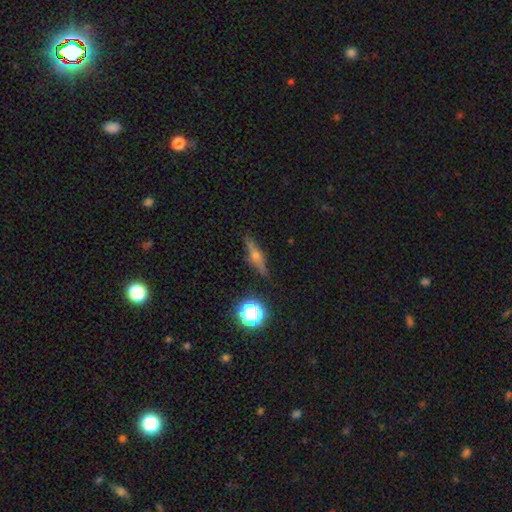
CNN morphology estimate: Smooth or featured: featured or disk — 59% (smooth — 28%)
Edge-on disk: yes — 92% (no — 8%)
Edge-on bulge: rounded — 91% (none — 5%)
Merging: none — 85% (minor disturbance — 11%)